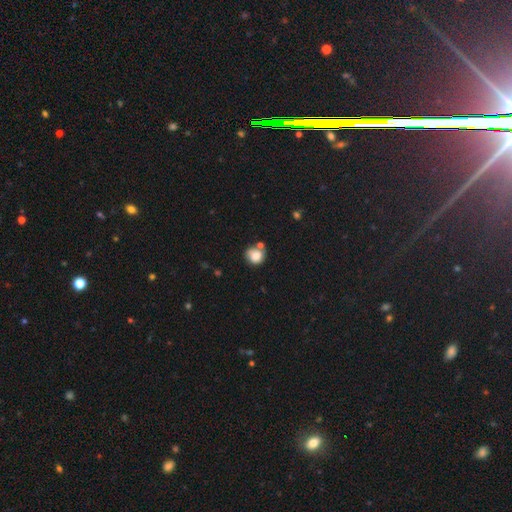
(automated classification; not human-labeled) A smooth galaxy with no disk features (80%) that is round (81%).

Vote fractions:
- Smooth or featured? smooth: 80% / featured or disk: 11% / star or artifact: 9%
- How rounded? round: 81% / in between: 18% / cigar-shaped: 1%
- Merging? none: 53% / merger: 21% / minor disturbance: 20% / major disturbance: 6%